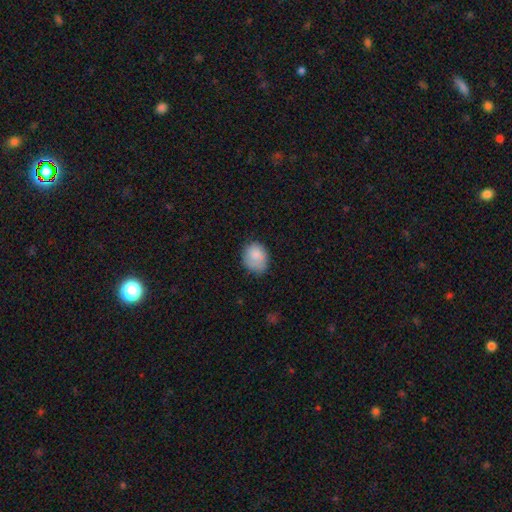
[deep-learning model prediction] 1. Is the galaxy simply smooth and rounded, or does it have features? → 82% smooth, 10% featured or disk, 8% star or artifact.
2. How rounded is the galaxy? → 50% in between, 49% round, 1% cigar-shaped.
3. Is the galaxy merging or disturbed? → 57% none, 30% minor disturbance, 9% major disturbance, 3% merger.